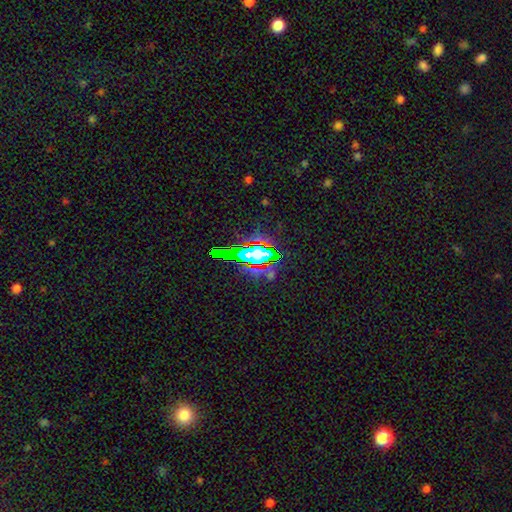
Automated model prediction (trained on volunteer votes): smooth_or_featured: star or artifact (p=0.57) [alt: smooth p=0.26]